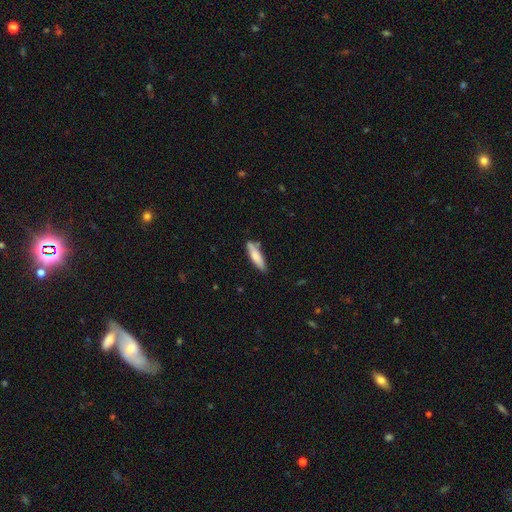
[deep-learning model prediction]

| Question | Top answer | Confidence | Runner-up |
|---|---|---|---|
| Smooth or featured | smooth | 77% | featured or disk (17%) |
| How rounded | cigar-shaped | 70% | in between (28%) |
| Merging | none | 77% | minor disturbance (16%) |